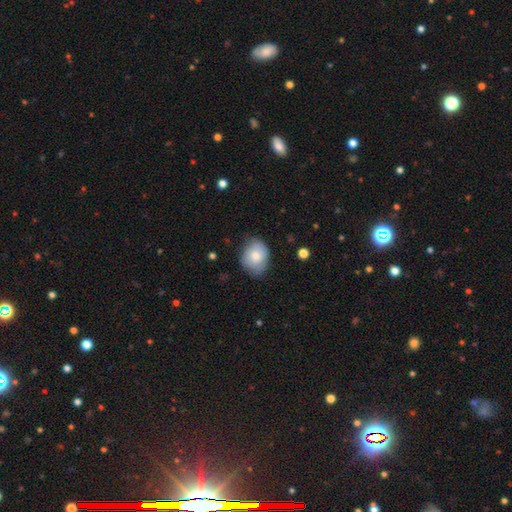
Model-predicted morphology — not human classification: This is likely a smooth galaxy (72%). How rounded: possibly in between (50%). Merging: likely none (64%).